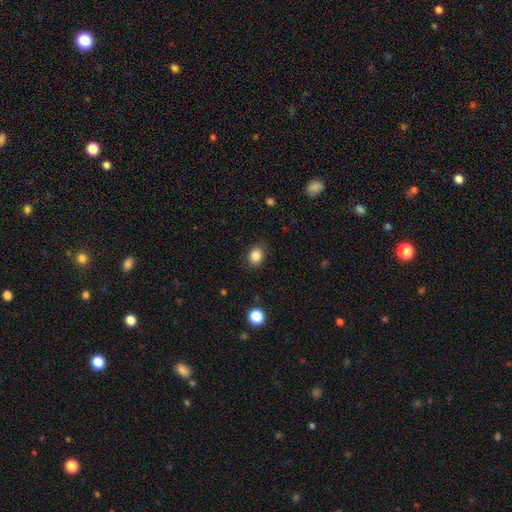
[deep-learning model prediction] This appears to be a smooth galaxy with no disk features (86%) that is round (50%). Merging: none (83%).